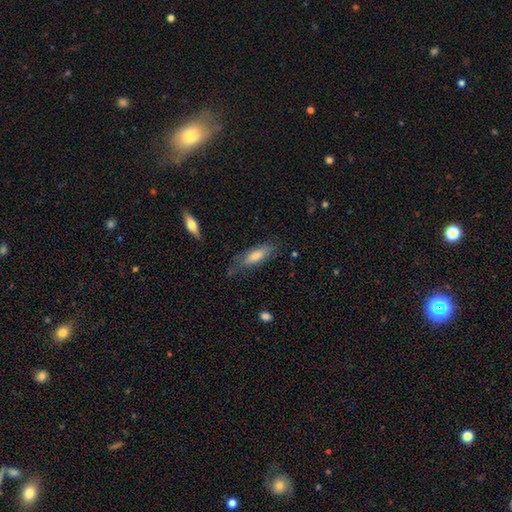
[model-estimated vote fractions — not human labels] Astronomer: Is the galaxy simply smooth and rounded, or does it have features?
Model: smooth — 63%.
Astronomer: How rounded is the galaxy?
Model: in between — 50% (runner-up: cigar-shaped, 48%).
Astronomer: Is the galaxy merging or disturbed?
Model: none — 61%.